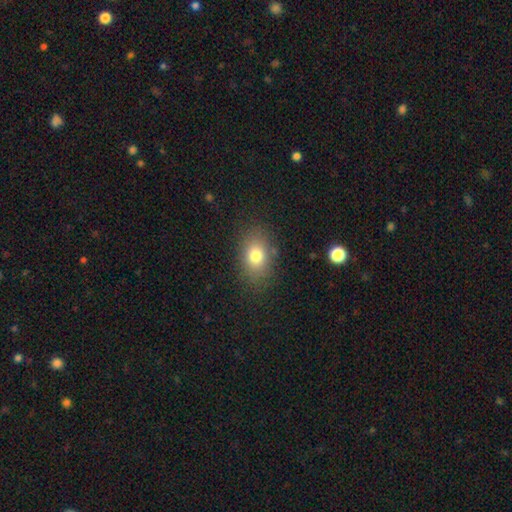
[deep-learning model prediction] A smooth galaxy with no disk features (77%) that is in between round and cigar-shaped (71%). Merging: none (82%).